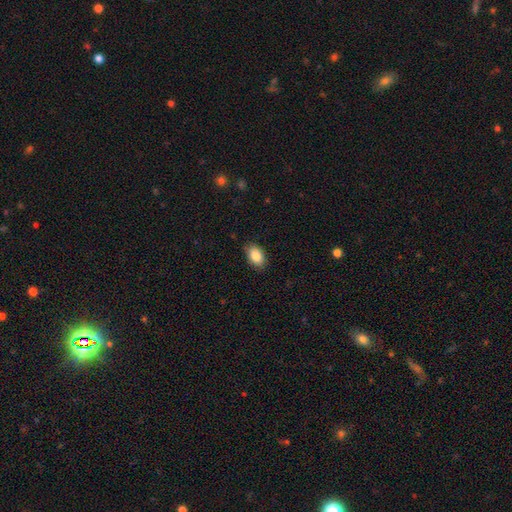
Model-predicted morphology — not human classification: The model was most divided on "merging": none: 86%, minor disturbance: 10%, major disturbance: 2%, merger: 1%. More confident: how rounded — in between (90%); smooth or featured — smooth (87%).